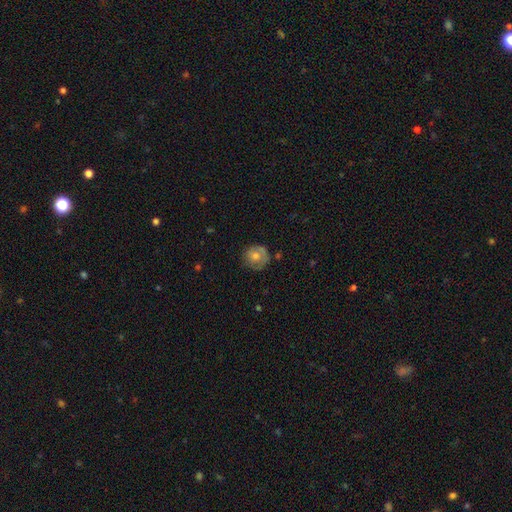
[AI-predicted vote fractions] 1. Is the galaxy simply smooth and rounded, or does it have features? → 55% smooth, 36% featured or disk, 9% star or artifact.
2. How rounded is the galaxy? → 90% round, 9% in between, 1% cigar-shaped.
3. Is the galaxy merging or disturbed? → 73% none, 19% minor disturbance, 6% major disturbance, 2% merger.